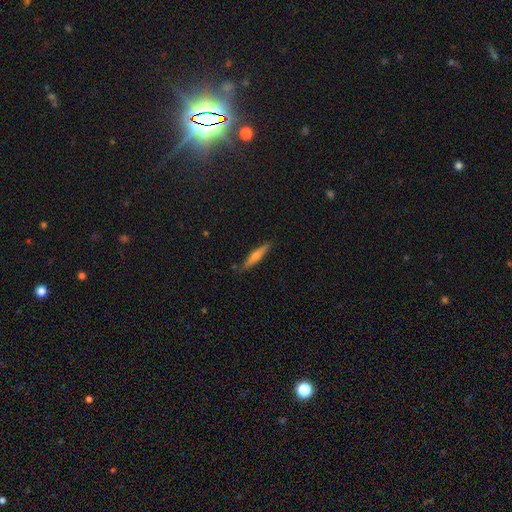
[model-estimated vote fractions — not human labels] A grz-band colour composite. It shows a smooth galaxy with no disk features (48%). Merging: none (87%).